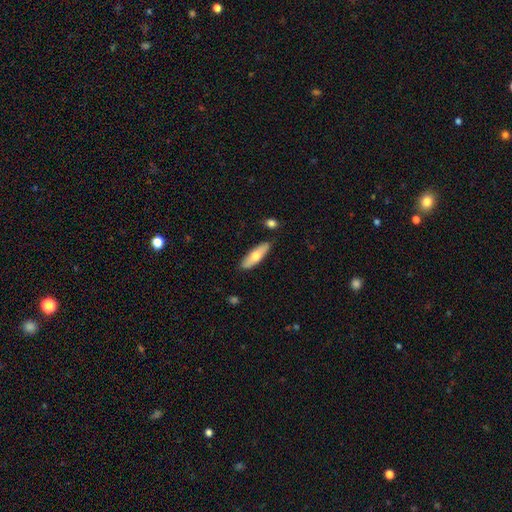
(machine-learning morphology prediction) The model was most divided on "how rounded" (2-way tie): cigar-shaped: 49%, in between: 49%, round: 2%. More confident: merging — none (84%); smooth or featured — smooth (64%).